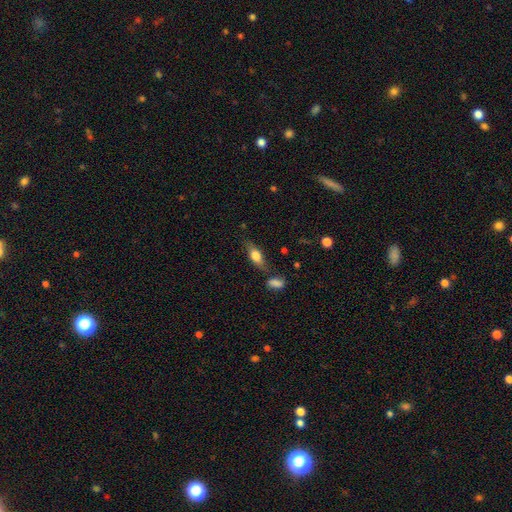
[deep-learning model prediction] smooth-or-featured: smooth: 66% | featured or disk: 27% | star or artifact: 7%
  how-rounded: in between: 73% | cigar-shaped: 23% | round: 5%
  merging: none: 67% | minor disturbance: 19% | merger: 8% | major disturbance: 6%